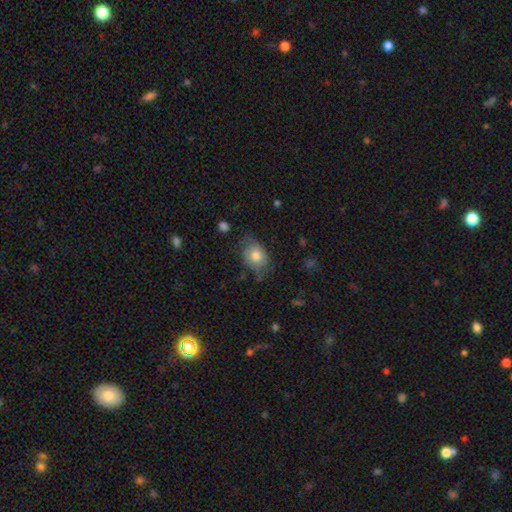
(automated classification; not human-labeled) This appears to be a smooth galaxy with no disk features (65%) that is in between round and cigar-shaped (58%). Merging: none (52%).